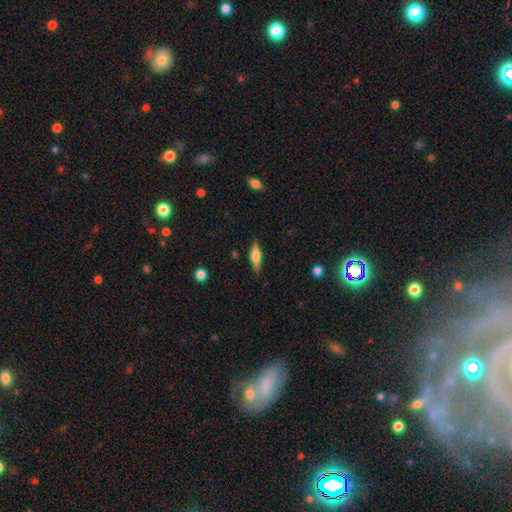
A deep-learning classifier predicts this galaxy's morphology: Q: Smooth or featured?
A: featured or disk (48%); runner-up: smooth (45%)
Q: Merging?
A: none (86%); runner-up: minor disturbance (10%)